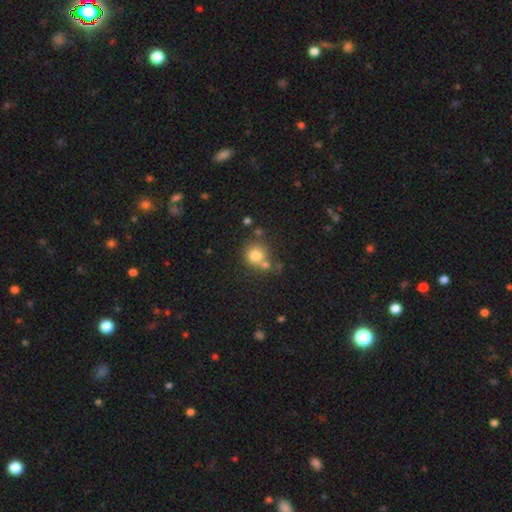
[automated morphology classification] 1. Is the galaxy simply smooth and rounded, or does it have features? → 79% smooth, 11% star or artifact, 10% featured or disk.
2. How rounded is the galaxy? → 89% round, 10% in between, 1% cigar-shaped.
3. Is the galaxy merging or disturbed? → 55% none, 30% merger, 11% minor disturbance, 4% major disturbance.